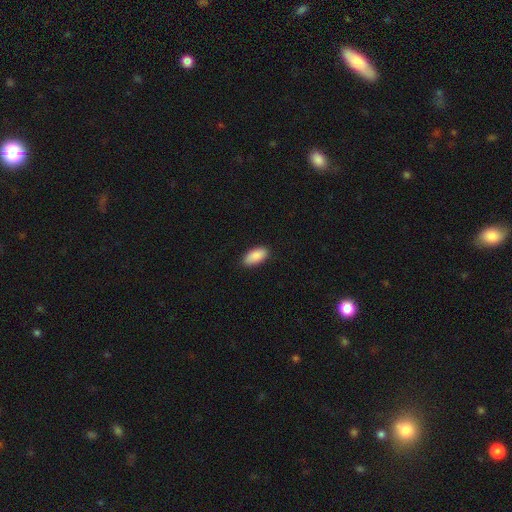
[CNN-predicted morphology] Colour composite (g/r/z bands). It shows a smooth galaxy with no disk features (90%) that is in between round and cigar-shaped (93%). Merging: none (88%).